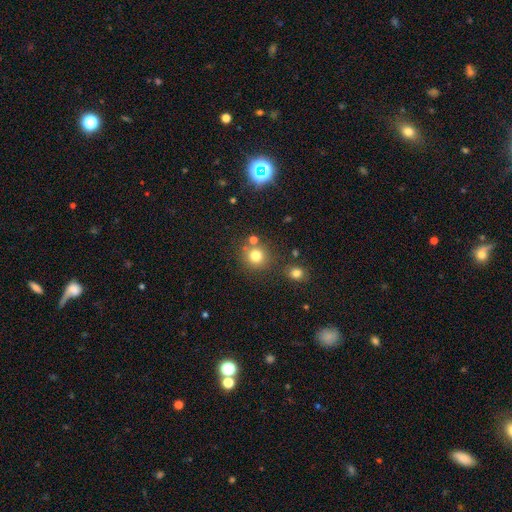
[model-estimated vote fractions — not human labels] Overall: smooth (77%). How rounded: round (91%). Merging: none (76%).